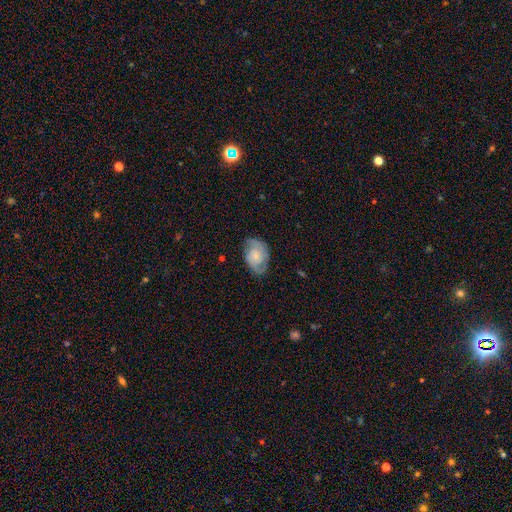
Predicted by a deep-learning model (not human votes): Smooth or featured? Predicted: featured or disk (p=0.63). Edge-on disk? Predicted: no (p=0.96). Bar? Predicted: no (p=0.68). Spiral arms? Predicted: yes (p=0.89). Spiral winding? Predicted: medium (p=0.44). Spiral arm count? Predicted: 2 (p=0.73). Bulge size? Predicted: small (p=0.47). Merging? Predicted: none (p=0.72).